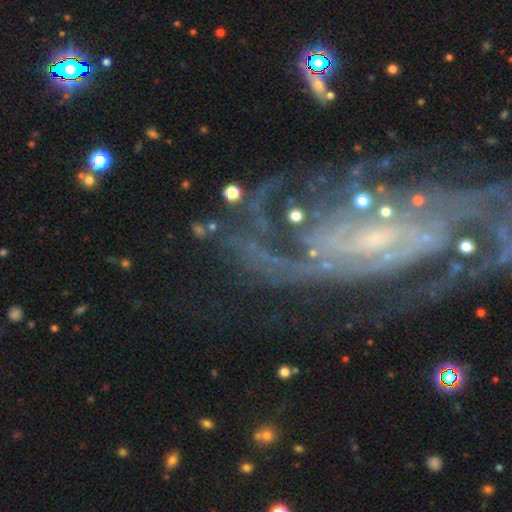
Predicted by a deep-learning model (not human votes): Smooth or featured? featured or disk (87%)
Edge-on disk? no (97%)
Bar? no (40%)
Spiral arms? yes (96%)
Spiral winding? tight (43%)
Spiral arm count? 2 (43%)
Bulge size? small (59%)
Merging? none (59%)